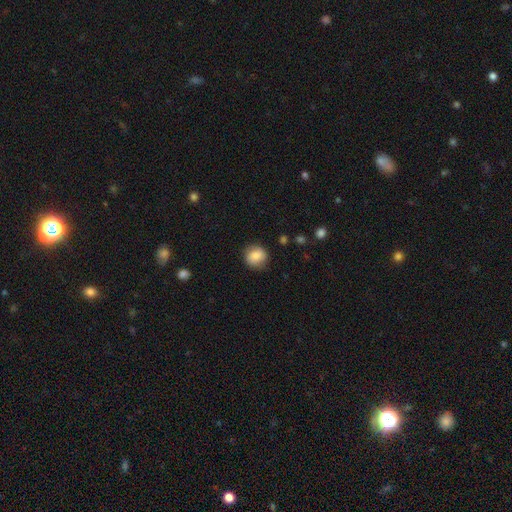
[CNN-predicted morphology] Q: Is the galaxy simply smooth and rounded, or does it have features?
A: smooth — 80%.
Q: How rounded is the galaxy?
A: round — 84%.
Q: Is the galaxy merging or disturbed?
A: none — 82%.